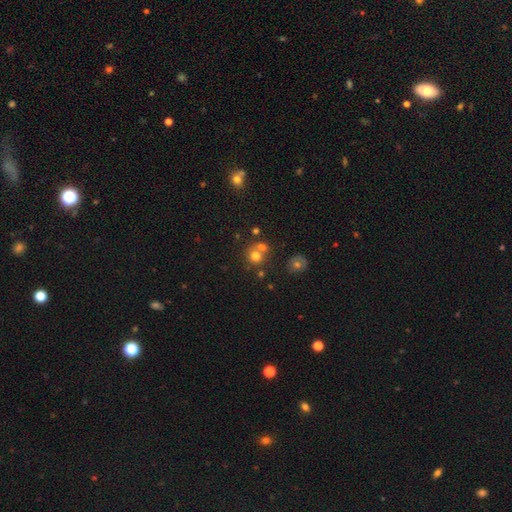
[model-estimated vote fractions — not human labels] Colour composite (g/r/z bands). It shows a smooth galaxy with no disk features (71%) that is round (85%). Merging: none (50%).